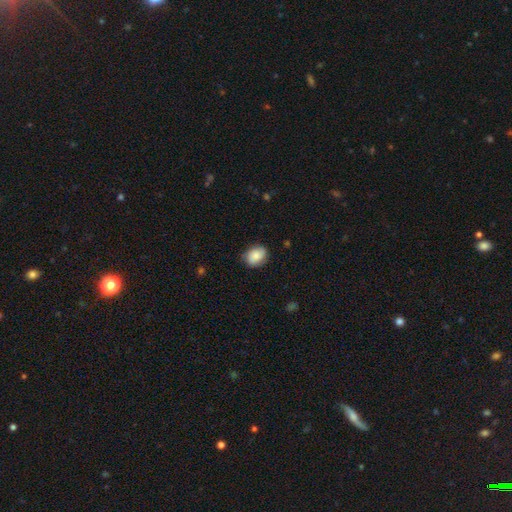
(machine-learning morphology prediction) smooth_or_featured: smooth (p=0.83) [alt: featured or disk p=0.10]
how_rounded: in between (p=0.59) [alt: round p=0.40]
merging: none (p=0.80) [alt: minor disturbance p=0.16]